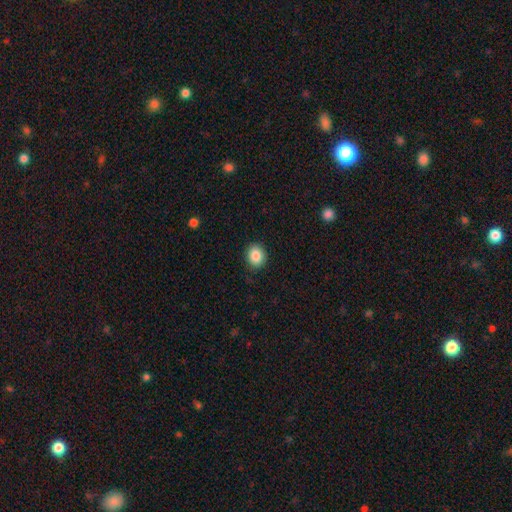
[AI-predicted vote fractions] This appears to be a smooth galaxy with no disk features (87%) that is round (60%). Merging: none (88%).